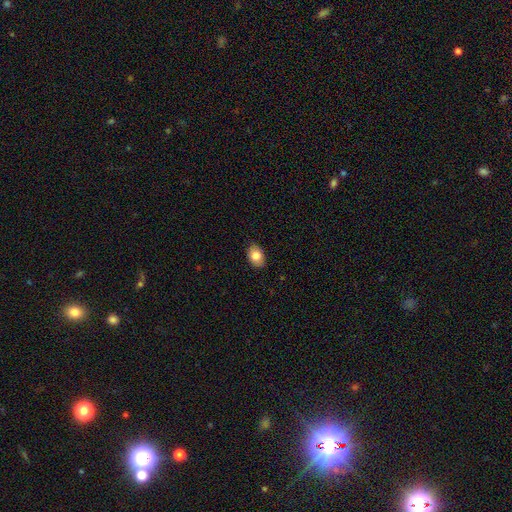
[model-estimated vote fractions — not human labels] A smooth galaxy with no disk features (83%) that is in between round and cigar-shaped (84%). Merging: none (87%).